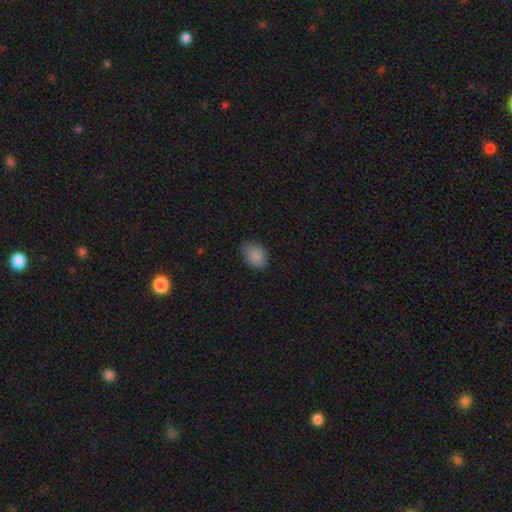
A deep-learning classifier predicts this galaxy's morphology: Overall: smooth (87%). How rounded: in between (80%). Merging: none (77%).